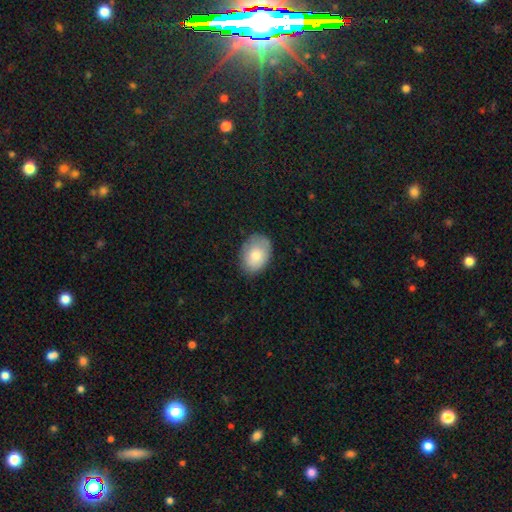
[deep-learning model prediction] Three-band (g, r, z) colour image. It shows a smooth galaxy with no disk features (77%) that is in between round and cigar-shaped (77%). Merging: none (77%).